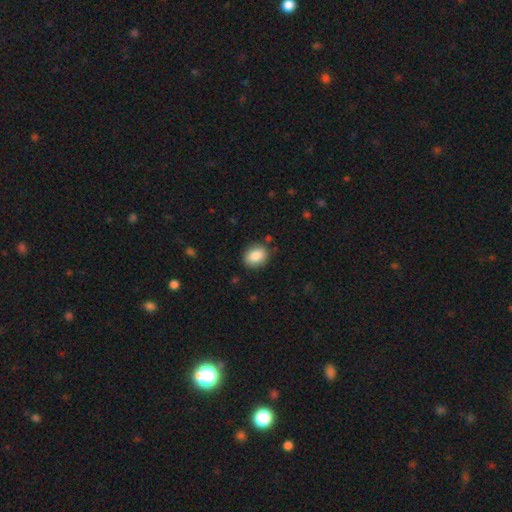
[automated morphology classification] This is clearly a smooth galaxy (86%). How rounded: possibly in between (50%). Merging: clearly none (84%).